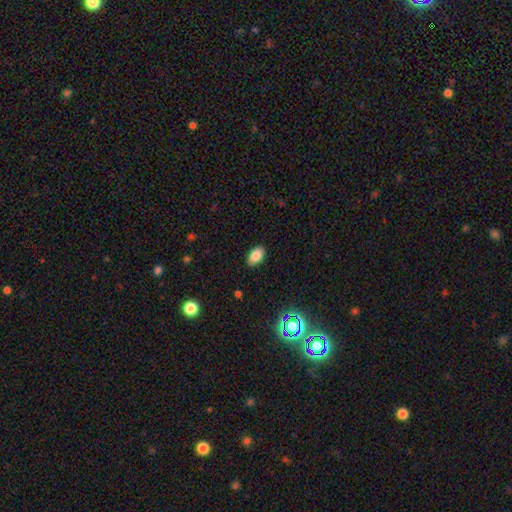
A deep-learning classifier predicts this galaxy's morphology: Smooth or featured?
  - smooth: 84% *
  - star or artifact: 9%
  - featured or disk: 7%
How rounded?
  - in between: 93% *
  - round: 5%
  - cigar-shaped: 2%
Merging?
  - none: 89% *
  - minor disturbance: 8%
  - major disturbance: 2%
  - merger: 1%